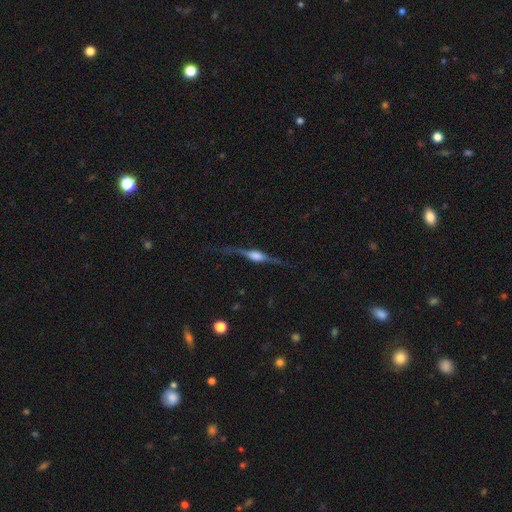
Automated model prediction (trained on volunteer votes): This appears to be a featured or disk galaxy (83%) viewed edge-on (96%) with a rounded central bulge (76%). Merging: none (79%).